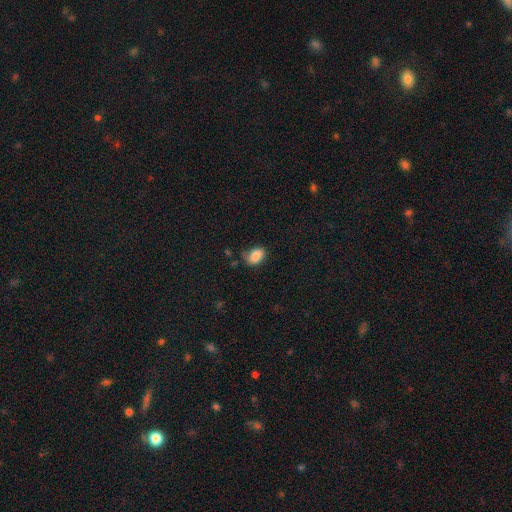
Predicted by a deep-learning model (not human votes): Smooth or featured? smooth (86%)
How rounded? in between (84%)
Merging? none (63%)